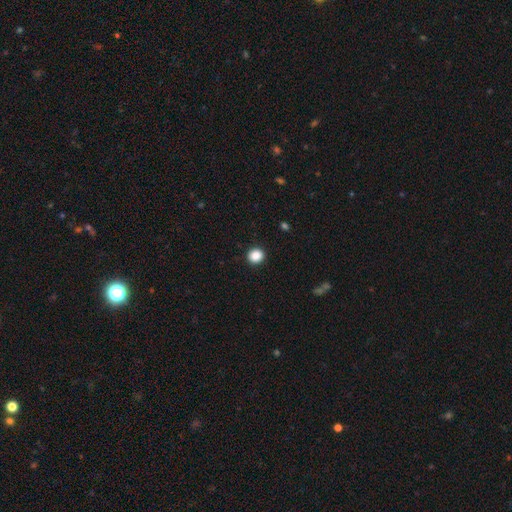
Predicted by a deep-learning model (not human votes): The model was most divided on "how rounded": round: 87%, in between: 12%, cigar-shaped: 1%. More confident: merging — none (92%); smooth or featured — smooth (87%).